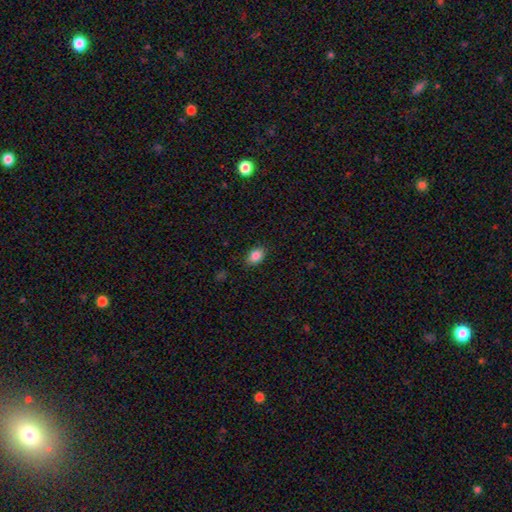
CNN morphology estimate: A smooth galaxy with no disk features (87%) that is in between round and cigar-shaped (85%).

Vote fractions:
- Smooth or featured? smooth: 87% / star or artifact: 8% / featured or disk: 5%
- How rounded? in between: 85% / round: 13% / cigar-shaped: 1%
- Merging? none: 86% / minor disturbance: 11% / major disturbance: 2% / merger: 1%